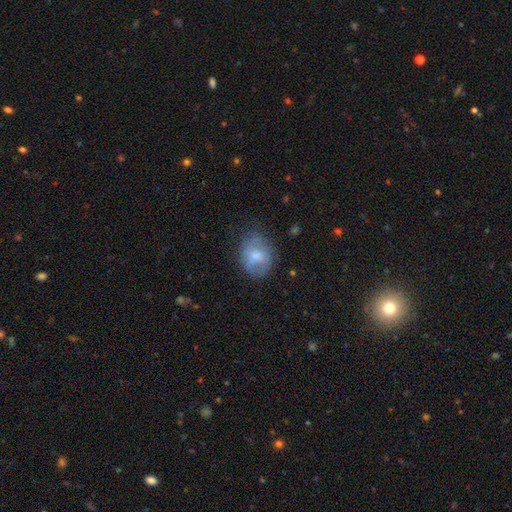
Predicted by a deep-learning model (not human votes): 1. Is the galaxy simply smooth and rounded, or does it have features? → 65% smooth, 27% featured or disk, 8% star or artifact.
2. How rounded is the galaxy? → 59% in between, 40% round, 1% cigar-shaped.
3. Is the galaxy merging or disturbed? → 63% none, 25% minor disturbance, 10% major disturbance, 2% merger.